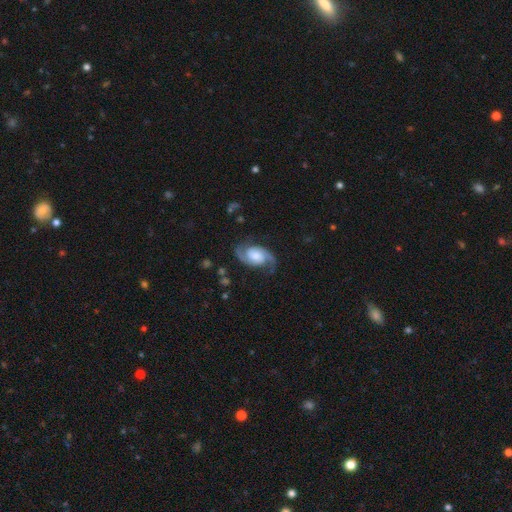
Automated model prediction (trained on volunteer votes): Smooth or featured: featured or disk — 88% (smooth — 7%)
Edge-on disk: no — 98% (yes — 2%)
Bar: no — 54% (weak — 36%)
Spiral arms: yes — 98% (no — 2%)
Spiral winding: medium — 53% (loose — 24%)
Spiral arm count: 2 — 94% (can't tell — 2%)
Bulge size: moderate — 41% (large — 25%)
Merging: none — 77% (minor disturbance — 15%)